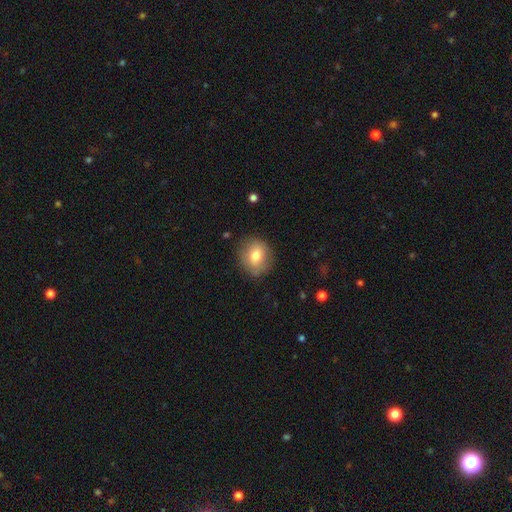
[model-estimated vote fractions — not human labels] The model was most divided on "how rounded": round: 78%, in between: 21%, cigar-shaped: 1%. More confident: merging — none (82%); smooth or featured — smooth (75%).